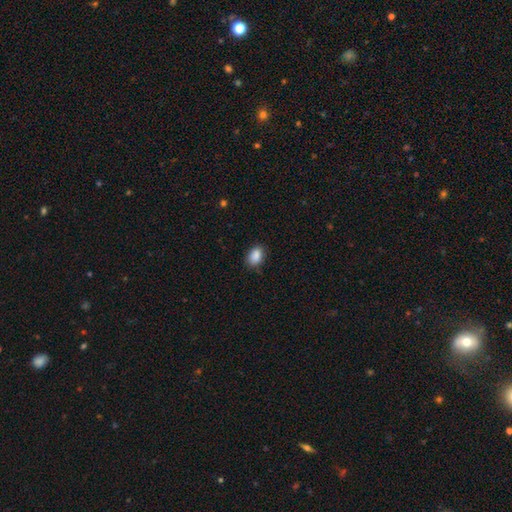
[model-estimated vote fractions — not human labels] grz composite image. It shows a smooth galaxy with no disk features (88%) that is in between round and cigar-shaped (81%). Merging: none (79%).